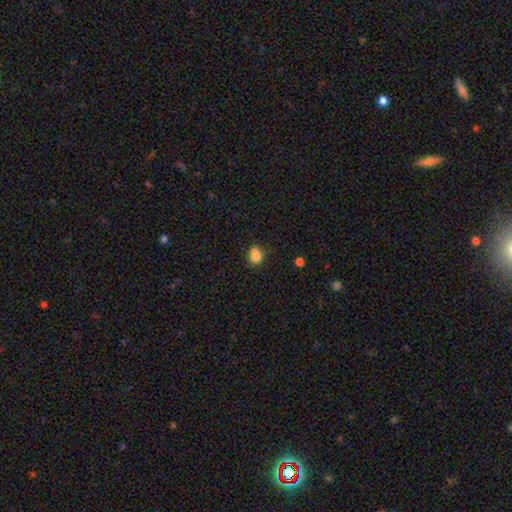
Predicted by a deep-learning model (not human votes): Q: Smooth or featured?
A: smooth (82%); runner-up: star or artifact (11%)
Q: How rounded?
A: round (51%); runner-up: in between (48%)
Q: Merging?
A: none (62%); runner-up: minor disturbance (24%)